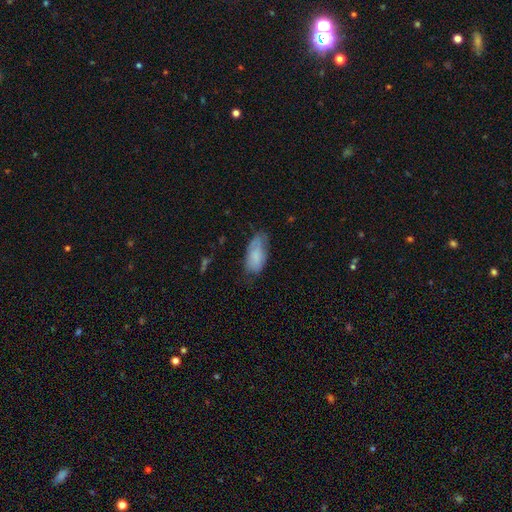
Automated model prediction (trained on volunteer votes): Smooth or featured? smooth (78%)
How rounded? in between (91%)
Merging? none (55%)